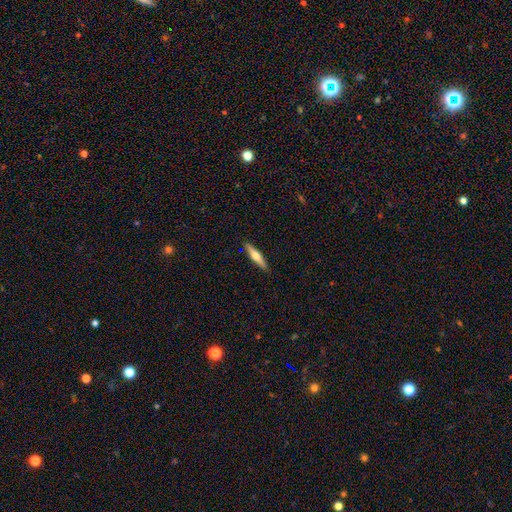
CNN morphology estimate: Smooth or featured? Predicted: featured or disk (p=0.49). Merging? Predicted: none (p=0.90).